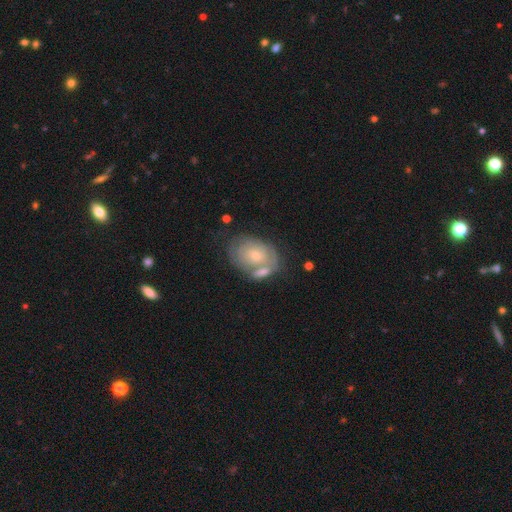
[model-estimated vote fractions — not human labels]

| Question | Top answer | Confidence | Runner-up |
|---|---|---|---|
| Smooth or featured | featured or disk | 50% | smooth (43%) |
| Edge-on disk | no | 95% | yes (5%) |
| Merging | none | 42% | merger (32%) |